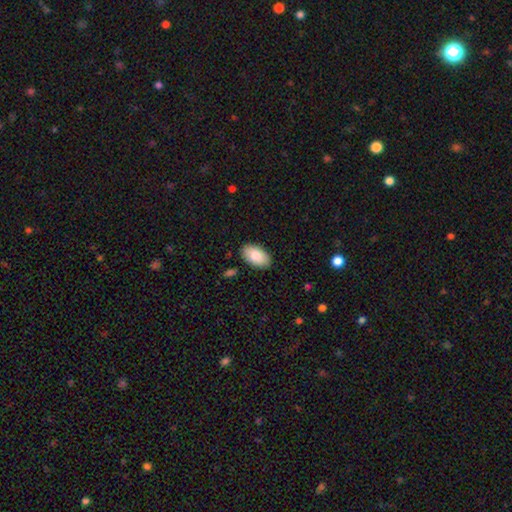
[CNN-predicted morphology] This is clearly a smooth galaxy (86%). How rounded: clearly in between (95%). Merging: clearly none (87%).